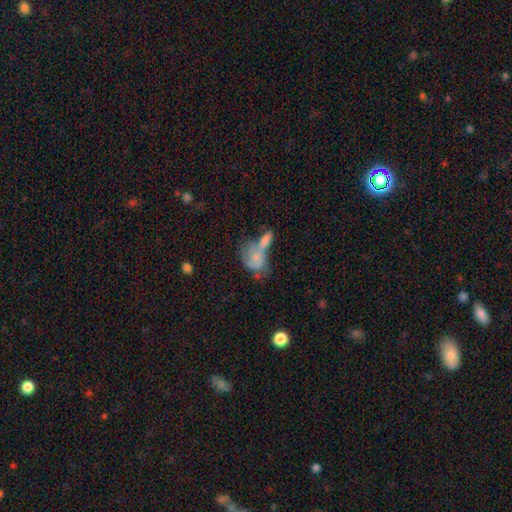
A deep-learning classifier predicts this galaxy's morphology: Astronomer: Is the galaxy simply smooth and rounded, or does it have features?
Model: smooth — 52% (runner-up: featured or disk, 39%).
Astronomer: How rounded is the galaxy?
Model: in between — 80%.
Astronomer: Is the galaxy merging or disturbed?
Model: merger — 55%.